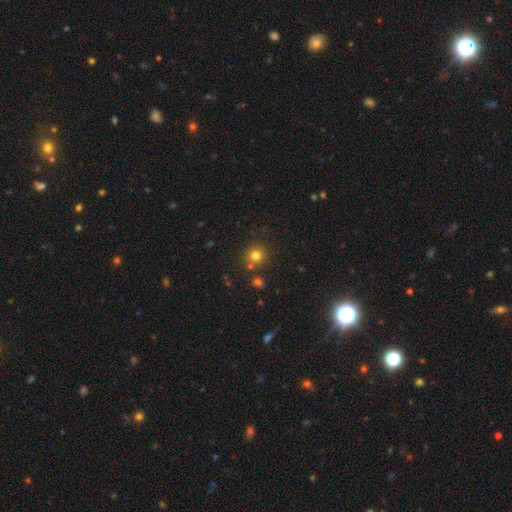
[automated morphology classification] A smooth galaxy with no disk features (77%) that is round (90%). Merging: none (77%).